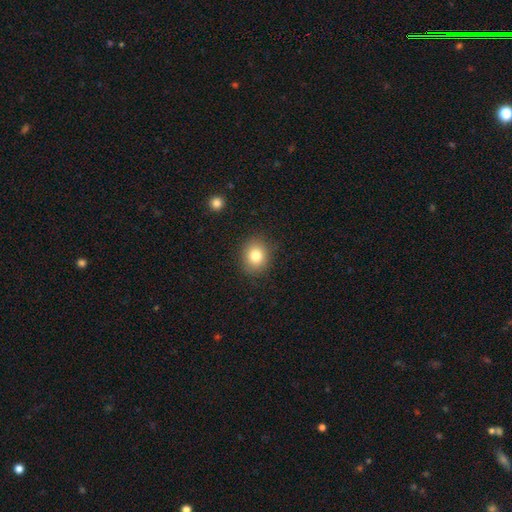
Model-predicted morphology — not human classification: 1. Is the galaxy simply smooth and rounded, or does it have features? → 81% smooth, 11% star or artifact, 8% featured or disk.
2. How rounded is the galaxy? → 66% round, 33% in between, 1% cigar-shaped.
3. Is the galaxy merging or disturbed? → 87% none, 9% minor disturbance, 3% major disturbance, 1% merger.